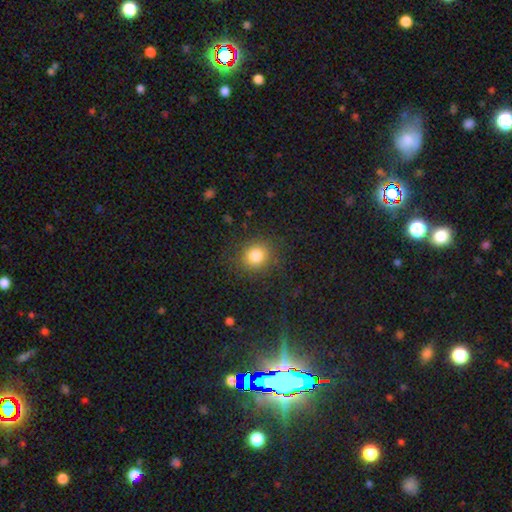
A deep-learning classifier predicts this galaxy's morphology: This appears to be a smooth galaxy with no disk features (81%) that is round (82%). Merging: none (85%).